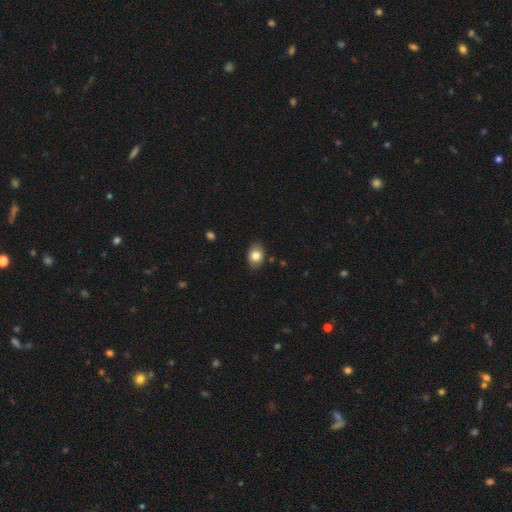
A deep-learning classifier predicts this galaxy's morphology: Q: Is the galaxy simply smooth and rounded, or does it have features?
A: smooth — 82%.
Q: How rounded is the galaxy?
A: in between — 77%.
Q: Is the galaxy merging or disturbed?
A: none — 85%.